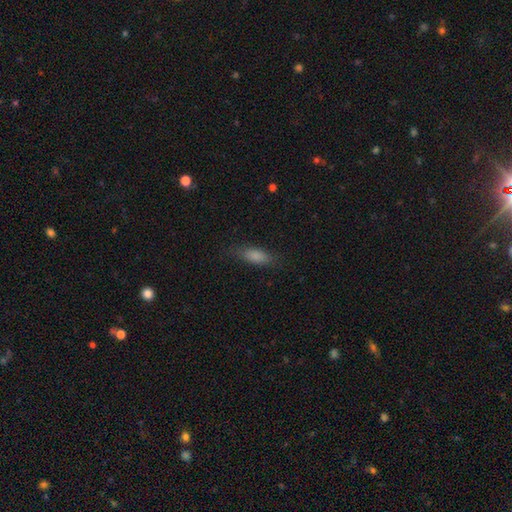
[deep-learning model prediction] The model was most divided on "how rounded": in between: 70%, cigar-shaped: 27%, round: 3%. More confident: smooth or featured — smooth (83%); merging — none (78%).